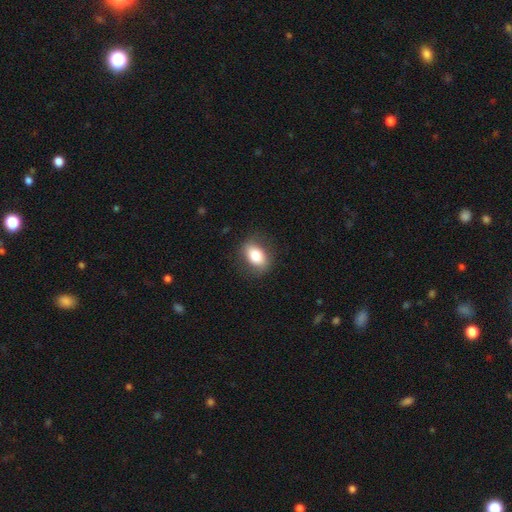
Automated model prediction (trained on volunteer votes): smooth_or_featured: smooth (p=0.78) [alt: featured or disk p=0.14]
how_rounded: in between (p=0.81) [alt: round p=0.17]
merging: none (p=0.83) [alt: minor disturbance p=0.12]